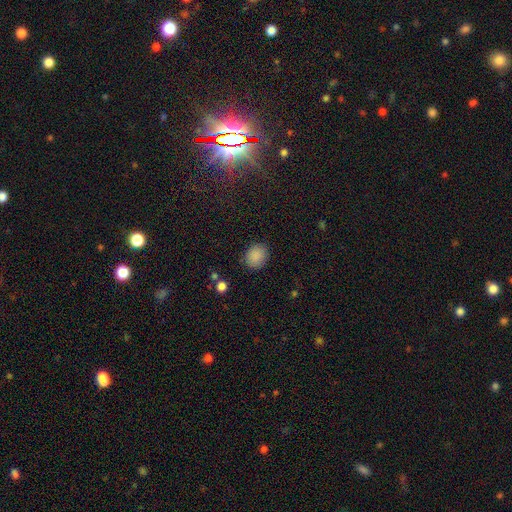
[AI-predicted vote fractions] A smooth galaxy with no disk features (87%) that is round (60%).

Vote fractions:
- Smooth or featured? smooth: 87% / star or artifact: 9% / featured or disk: 4%
- How rounded? round: 60% / in between: 39% / cigar-shaped: 1%
- Merging? none: 86% / minor disturbance: 10% / major disturbance: 3% / merger: 1%